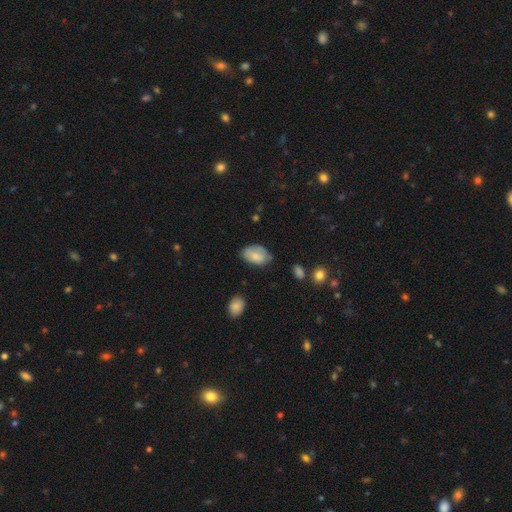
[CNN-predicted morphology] A smooth galaxy with no disk features (76%) that is in between round and cigar-shaped (91%). Merging: none (59%).